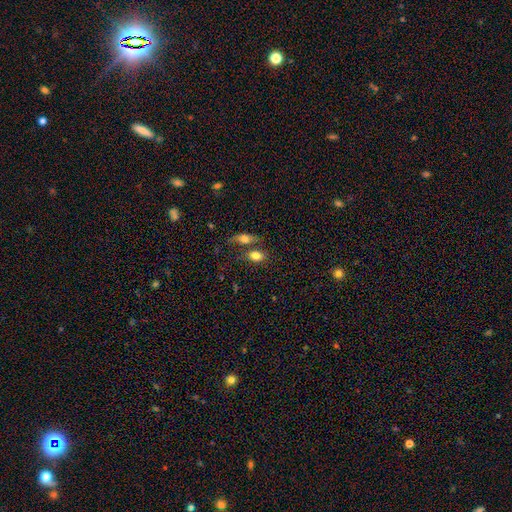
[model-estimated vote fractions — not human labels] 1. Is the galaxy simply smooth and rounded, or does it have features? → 78% smooth, 14% featured or disk, 9% star or artifact.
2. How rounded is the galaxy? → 82% in between, 13% round, 5% cigar-shaped.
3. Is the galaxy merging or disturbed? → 49% none, 34% merger, 12% minor disturbance, 5% major disturbance.